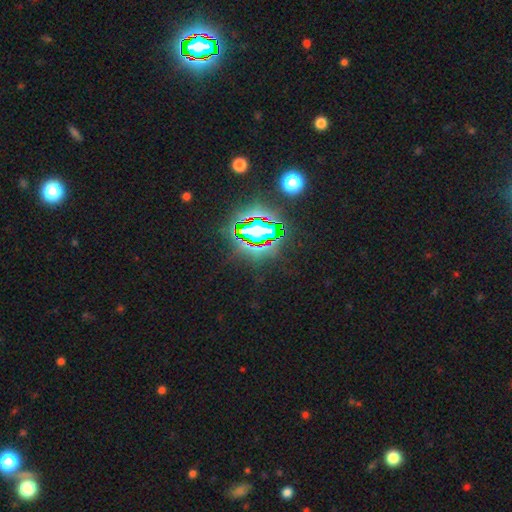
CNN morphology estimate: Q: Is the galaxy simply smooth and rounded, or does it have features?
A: star or artifact — 76%.